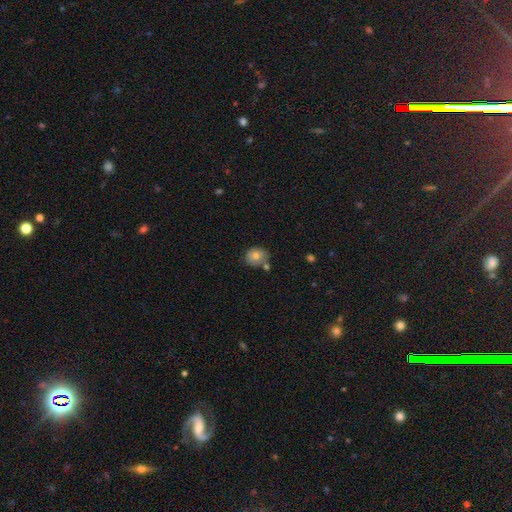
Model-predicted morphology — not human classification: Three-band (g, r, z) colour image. It shows a smooth galaxy with no disk features (74%) that is round (68%). Merging: none (67%).